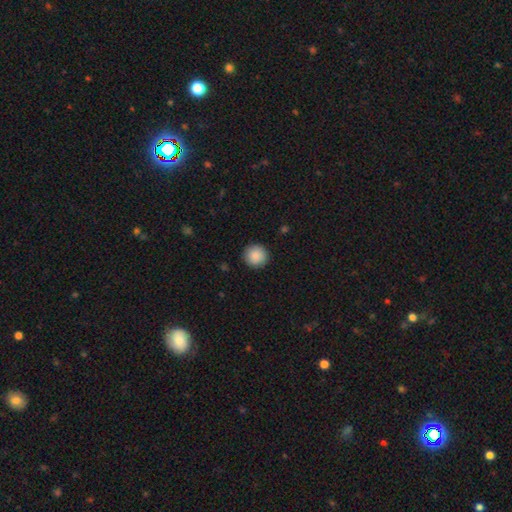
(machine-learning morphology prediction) Overall: smooth (88%). How rounded: round (95%). Merging: none (92%).